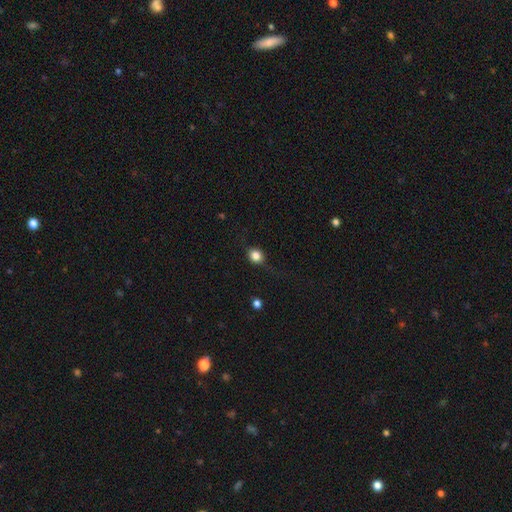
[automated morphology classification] A smooth galaxy with no disk features (80%) that is round (76%). Merging: none (78%).